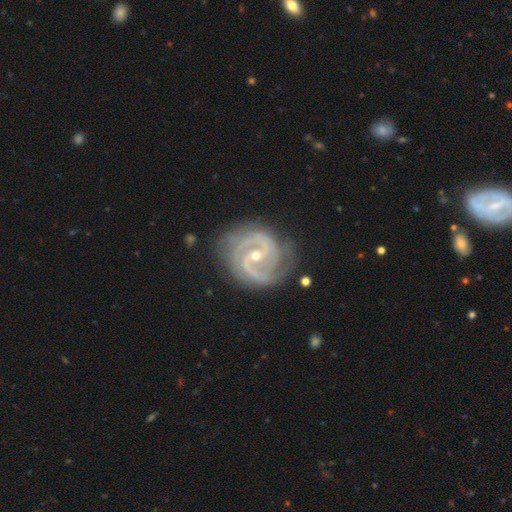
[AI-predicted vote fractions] Smooth or featured: featured or disk — 91% (star or artifact — 5%)
Edge-on disk: no — 98% (yes — 2%)
Bar: weak — 44% (no — 31%)
Spiral arms: yes — 98% (no — 2%)
Spiral winding: tight — 51% (medium — 42%)
Spiral arm count: 2 — 71% (3 — 13%)
Bulge size: small — 52% (moderate — 46%)
Merging: none — 75% (minor disturbance — 17%)